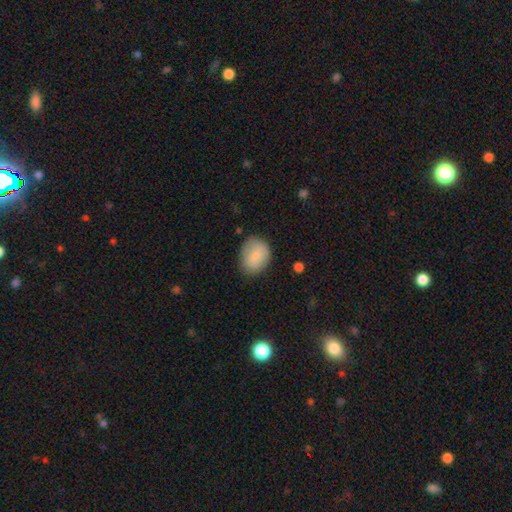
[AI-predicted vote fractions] Smooth or featured?
  - smooth: 85% *
  - featured or disk: 8%
  - star or artifact: 7%
How rounded?
  - in between: 63% *
  - round: 36%
  - cigar-shaped: 1%
Merging?
  - none: 73% *
  - minor disturbance: 20%
  - major disturbance: 5%
  - merger: 2%